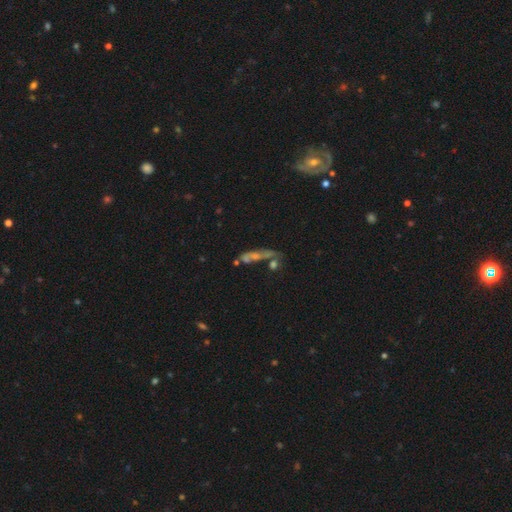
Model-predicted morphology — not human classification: The model was most divided on "smooth or featured": featured or disk: 50%, smooth: 32%, star or artifact: 18%. Remaining: merging — none (45%).